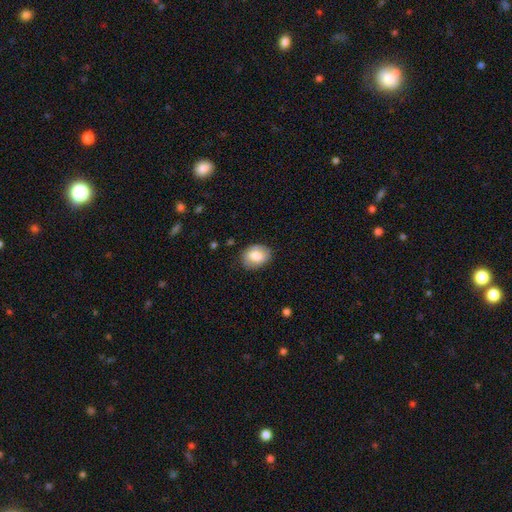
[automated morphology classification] smooth-or-featured: smooth: 80% | featured or disk: 13% | star or artifact: 7%
  how-rounded: in between: 68% | round: 31% | cigar-shaped: 1%
  merging: none: 80% | minor disturbance: 15% | major disturbance: 3% | merger: 1%